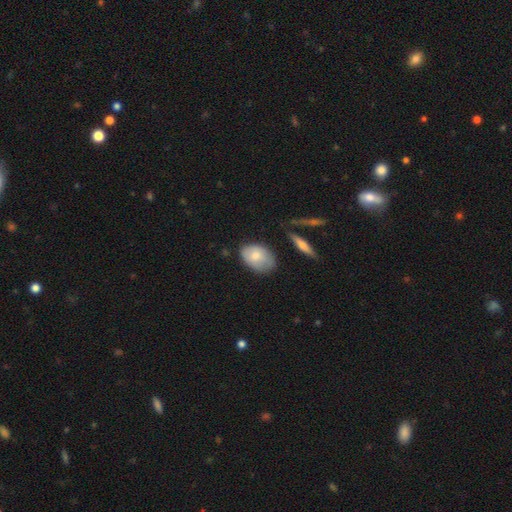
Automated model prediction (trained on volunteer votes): Overall: smooth (73%). How rounded: in between (82%). Merging: none (62%; minor disturbance 29%).